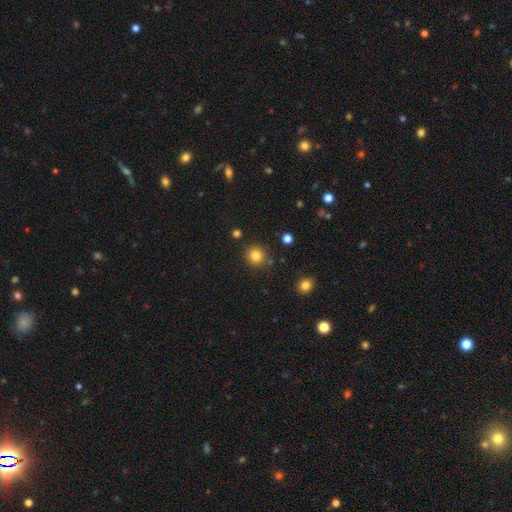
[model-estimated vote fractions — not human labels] A smooth galaxy with no disk features (82%) that is round (92%). Merging: none (87%).